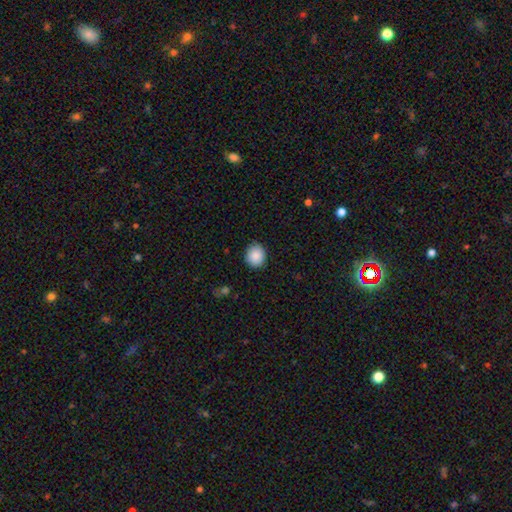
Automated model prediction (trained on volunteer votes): Smooth or featured? Predicted: smooth (p=0.88). How rounded? Predicted: round (p=0.77). Merging? Predicted: none (p=0.87).